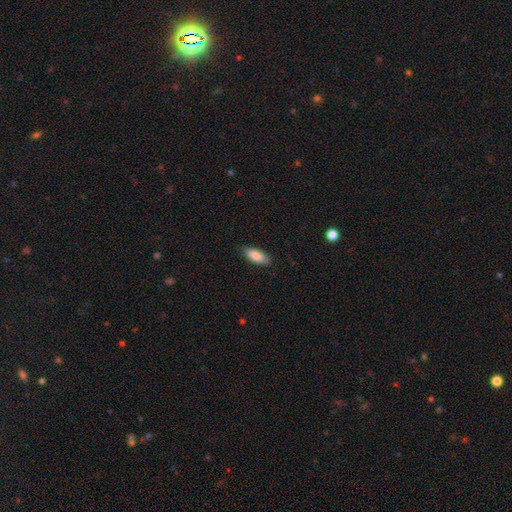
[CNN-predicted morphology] This is clearly a smooth galaxy (87%). How rounded: likely in between (79%). Merging: clearly none (84%).